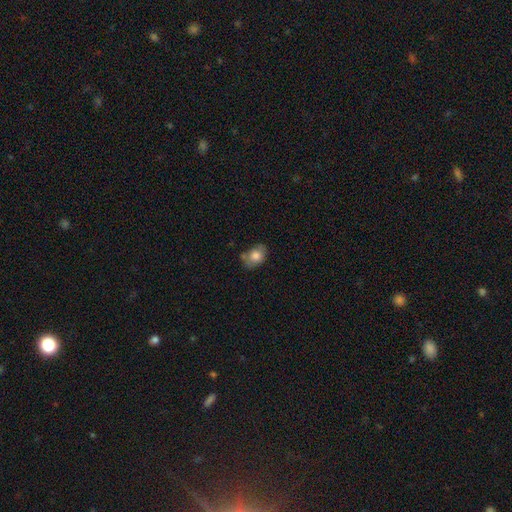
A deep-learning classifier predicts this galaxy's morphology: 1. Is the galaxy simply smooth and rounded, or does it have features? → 78% smooth, 14% featured or disk, 8% star or artifact.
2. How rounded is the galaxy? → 69% in between, 30% round, 1% cigar-shaped.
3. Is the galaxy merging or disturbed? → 56% none, 29% minor disturbance, 8% merger, 7% major disturbance.